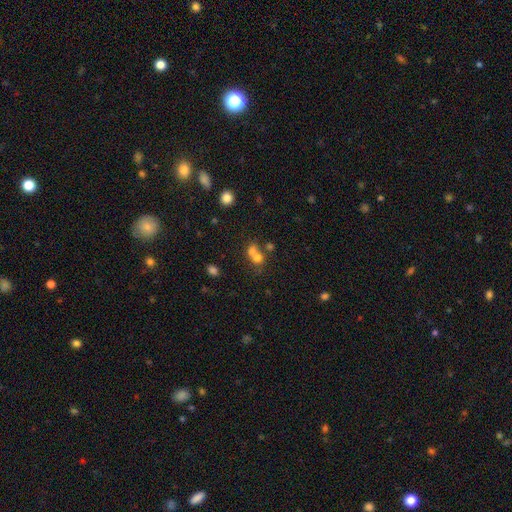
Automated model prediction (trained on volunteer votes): This is likely a smooth galaxy (68%). How rounded: likely round (75%). Merging: likely merger (62%).